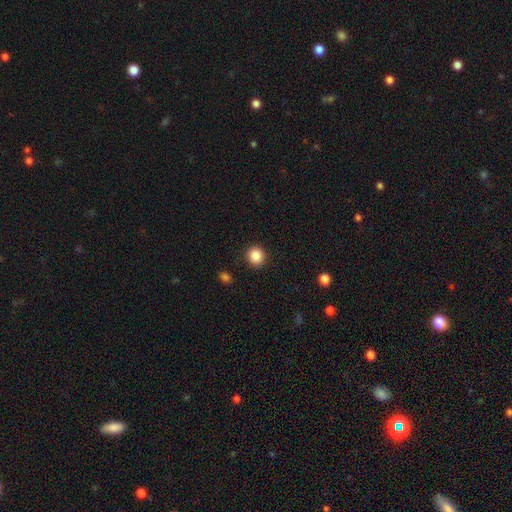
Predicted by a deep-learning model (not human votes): smooth_or_featured: smooth (p=0.87) [alt: star or artifact p=0.10]
how_rounded: round (p=0.89) [alt: in between p=0.10]
merging: none (p=0.91) [alt: minor disturbance p=0.06]